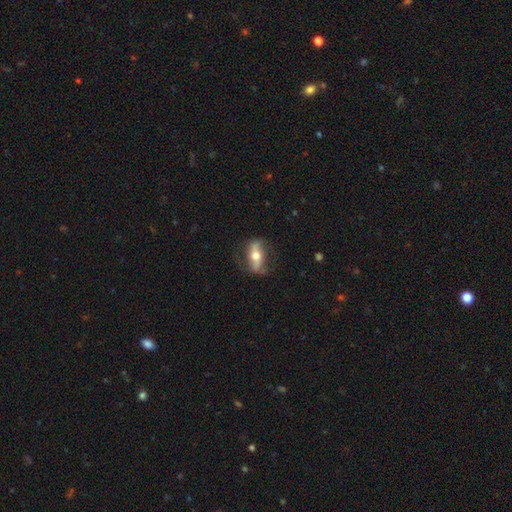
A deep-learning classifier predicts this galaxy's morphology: type=featured or disk (64%); edge-on=no (60%); merging=none (71%).